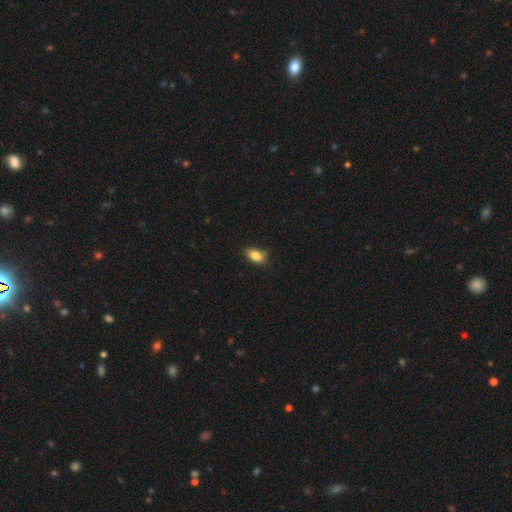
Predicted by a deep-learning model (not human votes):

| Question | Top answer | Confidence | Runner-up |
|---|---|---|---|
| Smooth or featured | smooth | 83% | star or artifact (9%) |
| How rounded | in between | 86% | round (11%) |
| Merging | none | 74% | minor disturbance (21%) |